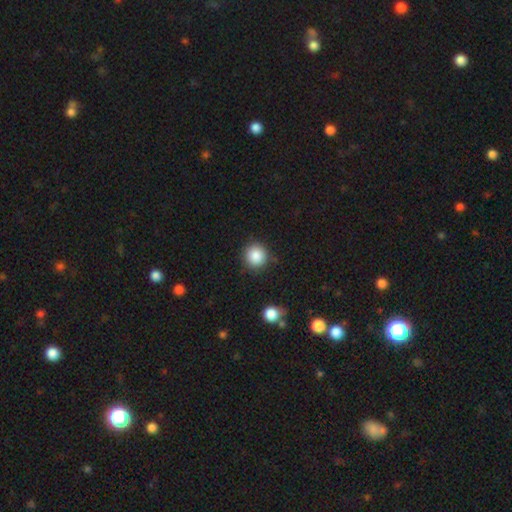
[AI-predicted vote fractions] This is clearly a smooth galaxy (87%). How rounded: clearly round (93%). Merging: clearly none (86%).